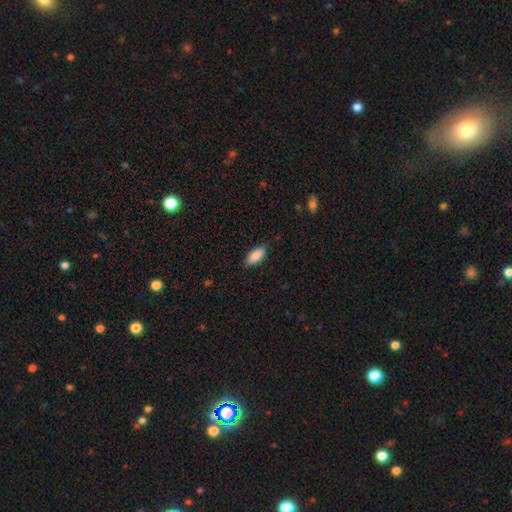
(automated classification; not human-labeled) A smooth galaxy with no disk features (87%) that is in between round and cigar-shaped (85%). Merging: none (82%).